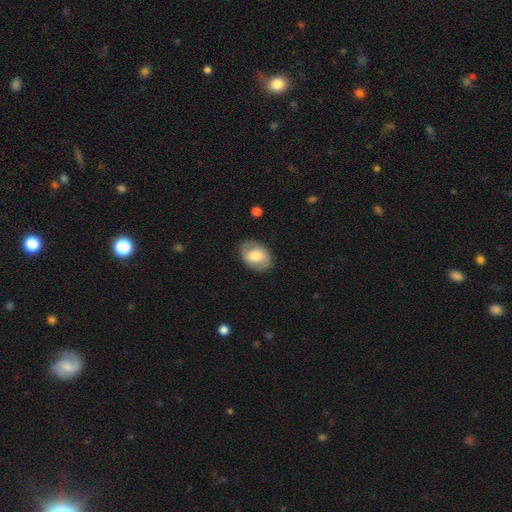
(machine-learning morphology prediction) A smooth galaxy with no disk features (60%) that is in between round and cigar-shaped (76%). Merging: none (81%).